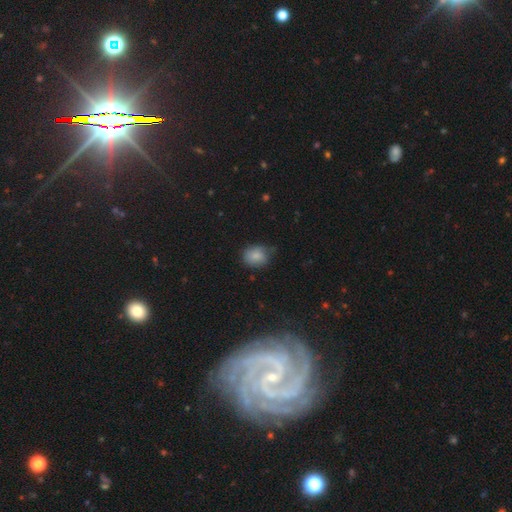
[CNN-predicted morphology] Smooth or featured: smooth — 83% (star or artifact — 9%)
How rounded: round — 50% (in between — 49%)
Merging: none — 60% (minor disturbance — 32%)